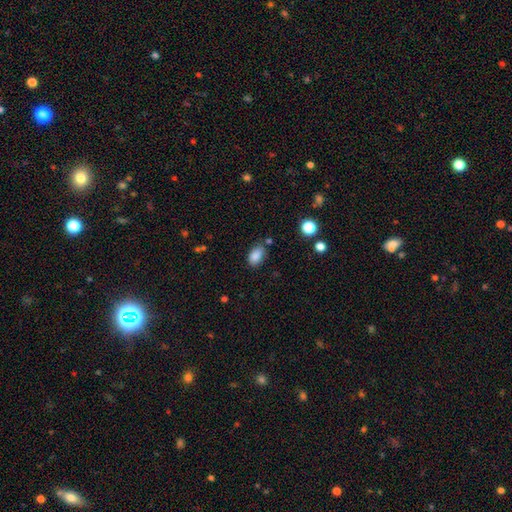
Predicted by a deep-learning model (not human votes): Smooth or featured? Predicted: smooth (p=0.86). How rounded? Predicted: in between (p=0.90). Merging? Predicted: none (p=0.74).